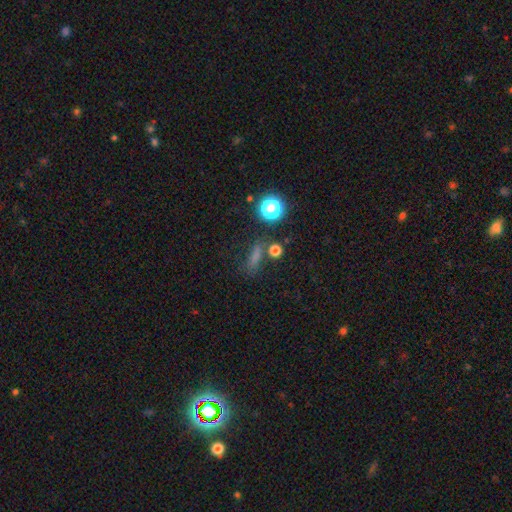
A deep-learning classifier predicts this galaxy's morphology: Smooth or featured? smooth (62%)
How rounded? cigar-shaped (44%)
Merging? none (66%)